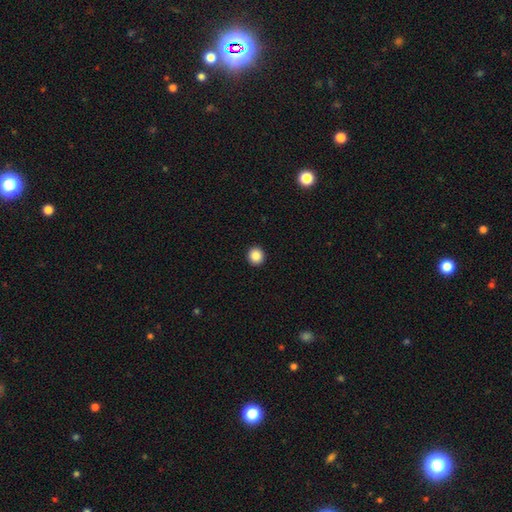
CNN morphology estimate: A smooth galaxy with no disk features (88%) that is round (91%).

Vote fractions:
- Smooth or featured? smooth: 88% / star or artifact: 9% / featured or disk: 3%
- How rounded? round: 91% / in between: 8% / cigar-shaped: 1%
- Merging? none: 93% / minor disturbance: 4% / major disturbance: 1% / merger: 1%